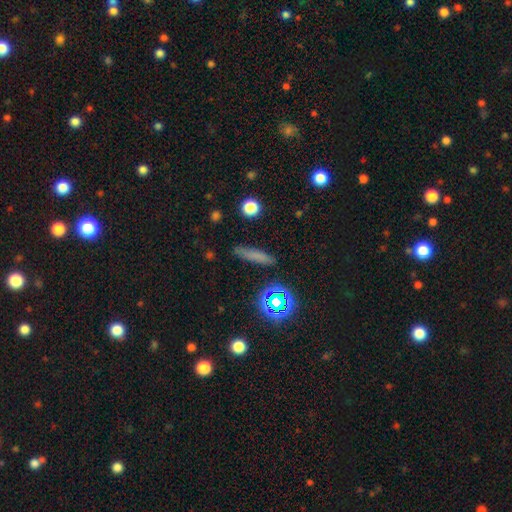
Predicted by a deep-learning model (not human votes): This is likely a smooth galaxy (71%). How rounded: clearly cigar-shaped (80%). Merging: clearly none (84%).